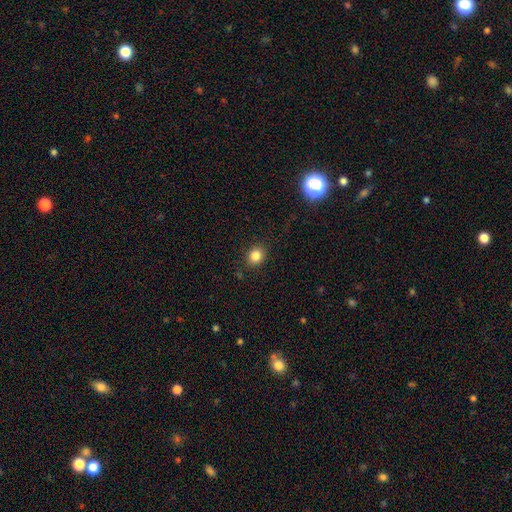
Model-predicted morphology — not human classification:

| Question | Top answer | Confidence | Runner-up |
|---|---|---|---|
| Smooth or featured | smooth | 84% | star or artifact (11%) |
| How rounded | round | 68% | in between (31%) |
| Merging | none | 87% | minor disturbance (9%) |